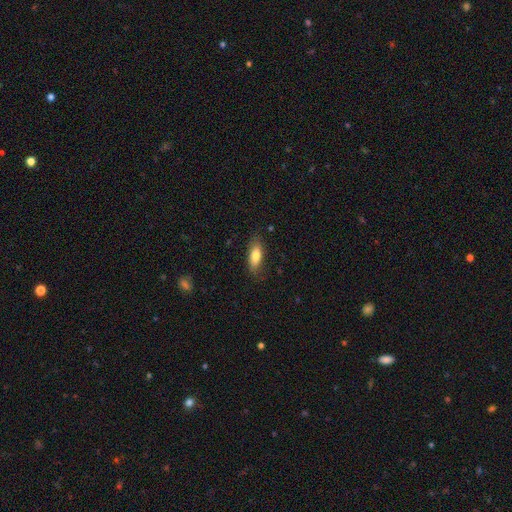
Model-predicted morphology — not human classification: A smooth galaxy with no disk features (77%) that is in between round and cigar-shaped (70%). Merging: none (77%).